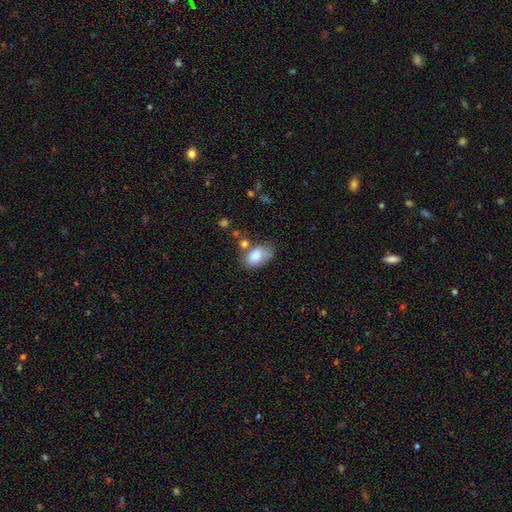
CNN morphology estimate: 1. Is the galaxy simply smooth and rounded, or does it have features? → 80% smooth, 12% featured or disk, 8% star or artifact.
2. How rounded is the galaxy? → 90% in between, 9% round, 1% cigar-shaped.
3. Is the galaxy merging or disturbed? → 42% none, 27% minor disturbance, 18% merger, 13% major disturbance.